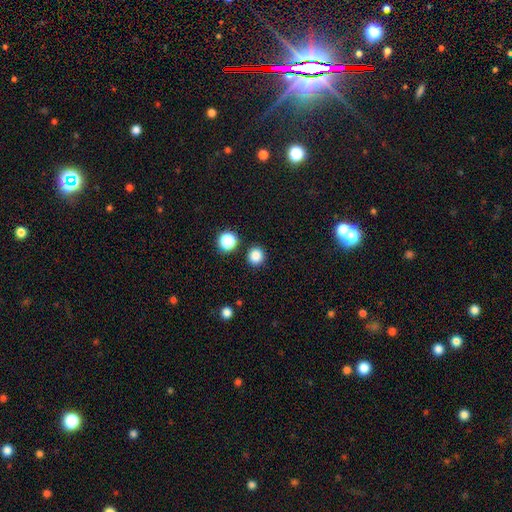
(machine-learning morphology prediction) type=smooth (84%); roundness=round (92%); merging=none (89%).